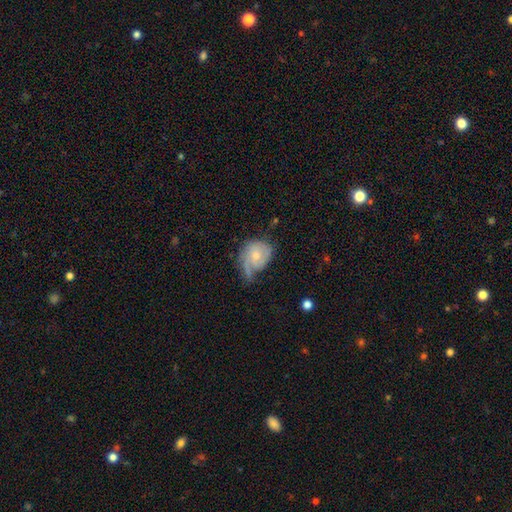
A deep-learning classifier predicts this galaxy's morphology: Smooth or featured? featured or disk (63%)
Edge-on disk? no (97%)
Bar? no (73%)
Spiral arms? yes (86%)
Spiral winding? tight (48%)
Spiral arm count? 1 (33%, tied with 2)
Bulge size? small (46%)
Merging? none (38%)